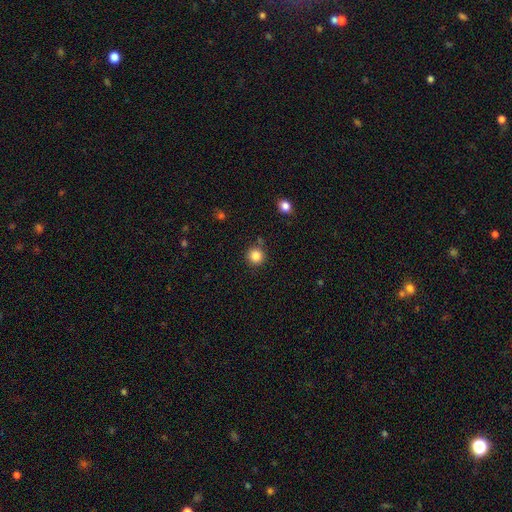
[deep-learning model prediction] A smooth galaxy with no disk features (84%) that is round (94%).

Vote fractions:
- Smooth or featured? smooth: 84% / star or artifact: 11% / featured or disk: 5%
- How rounded? round: 94% / in between: 5% / cigar-shaped: 1%
- Merging? none: 86% / minor disturbance: 7% / merger: 4% / major disturbance: 2%